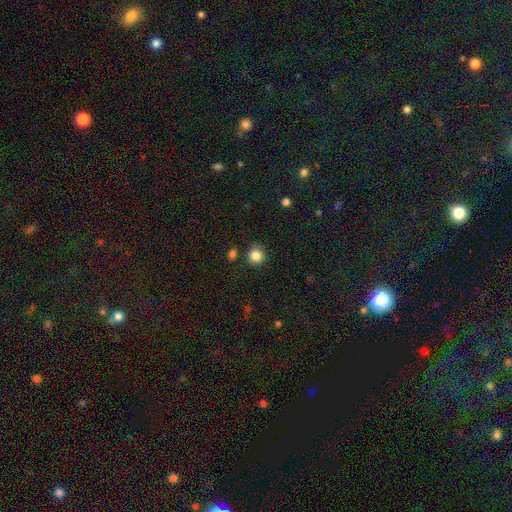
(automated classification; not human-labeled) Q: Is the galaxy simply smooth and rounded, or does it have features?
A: smooth — 86%.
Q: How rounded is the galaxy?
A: round — 91%.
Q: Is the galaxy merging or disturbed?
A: none — 85%.